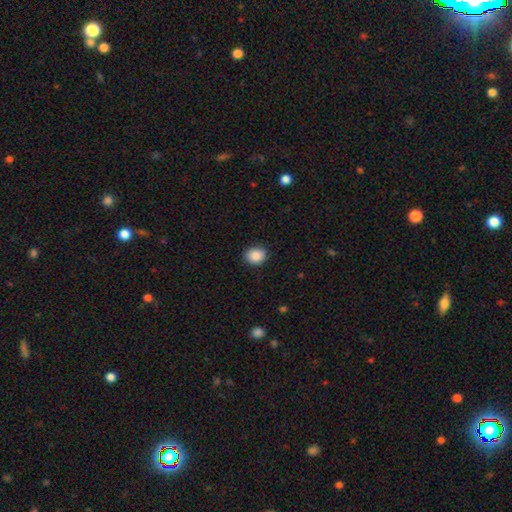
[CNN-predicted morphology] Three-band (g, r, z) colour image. It shows a smooth galaxy with no disk features (89%) that is round (59%). Merging: none (88%).